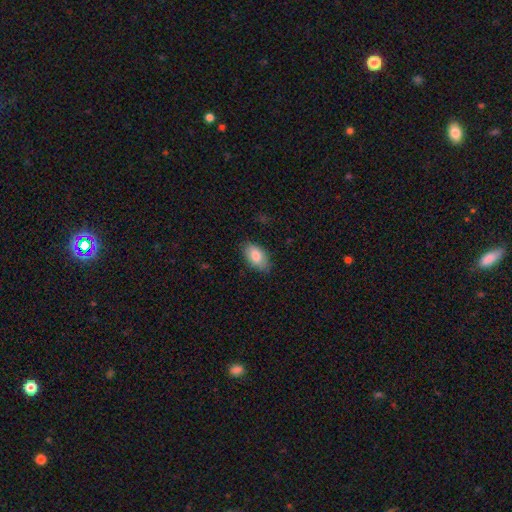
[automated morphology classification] This appears to be a smooth galaxy with no disk features (82%) that is in between round and cigar-shaped (93%). Merging: none (81%).